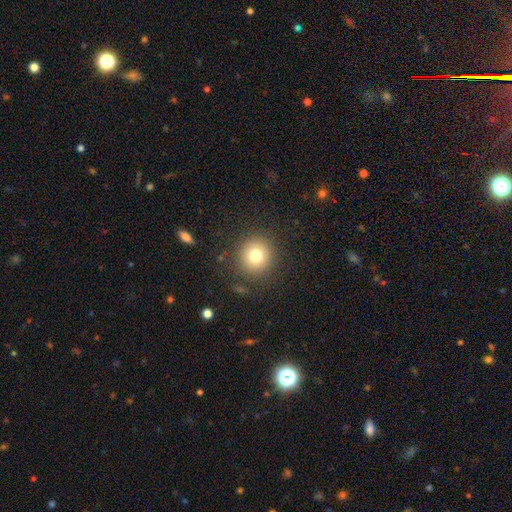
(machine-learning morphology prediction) A smooth galaxy with no disk features (77%) that is round (93%). Merging: none (88%).